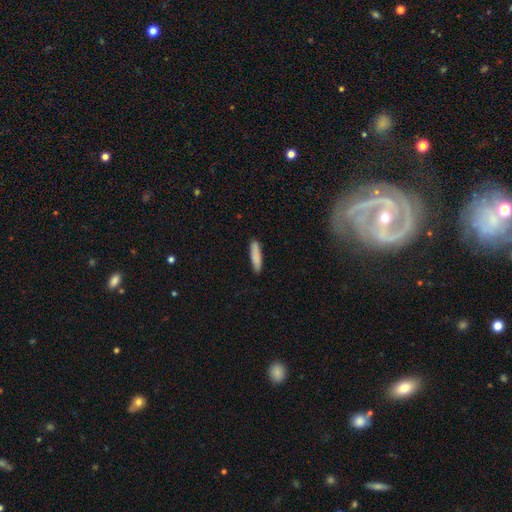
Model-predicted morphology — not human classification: Smooth or featured? smooth (87%)
How rounded? cigar-shaped (78%)
Merging? none (88%)